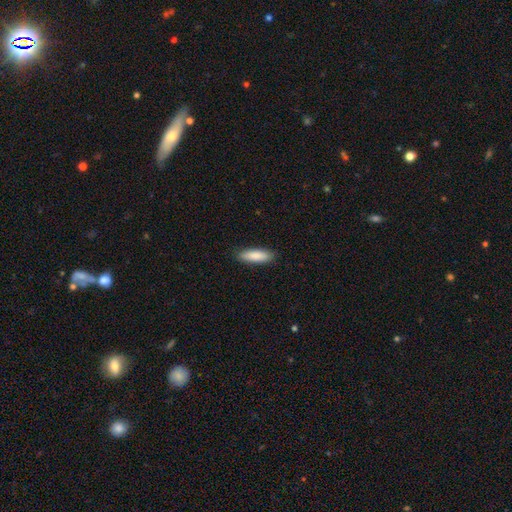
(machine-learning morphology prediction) Smooth or featured? Predicted: smooth (p=0.87). How rounded? Predicted: cigar-shaped (p=0.54). Merging? Predicted: none (p=0.88).